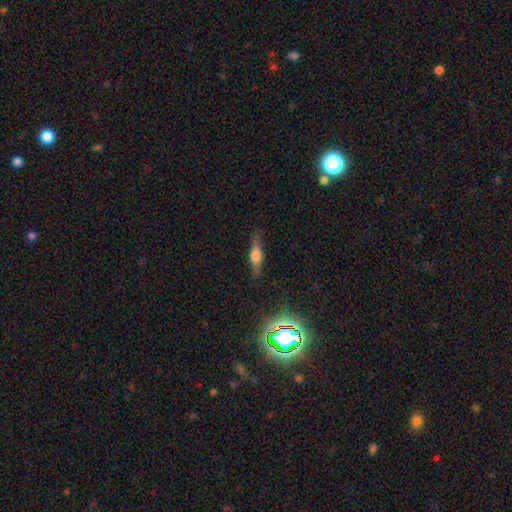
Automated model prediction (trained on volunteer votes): Q: Smooth or featured?
A: featured or disk (59%); runner-up: smooth (32%)
Q: Edge-on disk?
A: yes (95%); runner-up: no (5%)
Q: Edge-on bulge?
A: rounded (85%); runner-up: boxy (13%)
Q: Merging?
A: none (84%); runner-up: minor disturbance (12%)